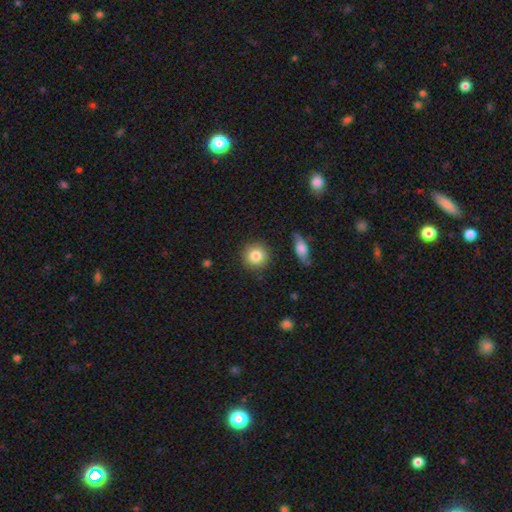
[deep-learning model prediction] smooth_or_featured: smooth (p=0.84) [alt: star or artifact p=0.08]
how_rounded: round (p=0.91) [alt: in between p=0.08]
merging: none (p=0.88) [alt: minor disturbance p=0.08]